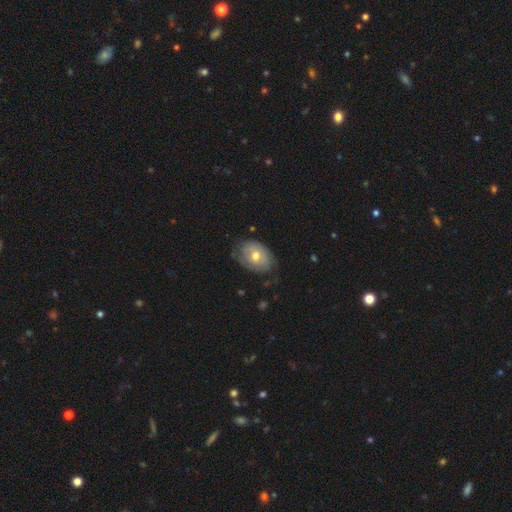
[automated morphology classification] A smooth galaxy with no disk features (62%) that is in between round and cigar-shaped (75%). Merging: none (67%).